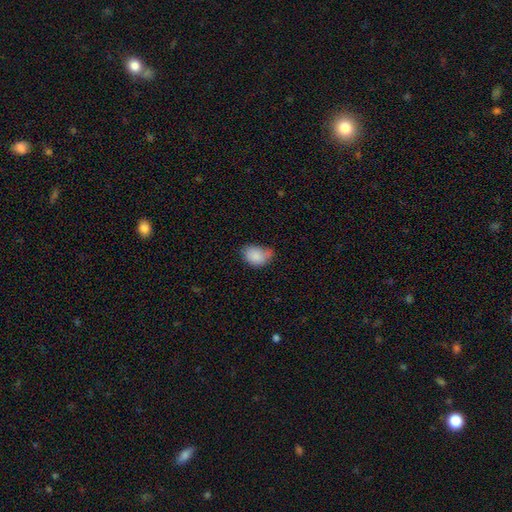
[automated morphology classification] Overall: smooth (84%). How rounded: in between (76%). Merging: none (45%; minor disturbance 37%).